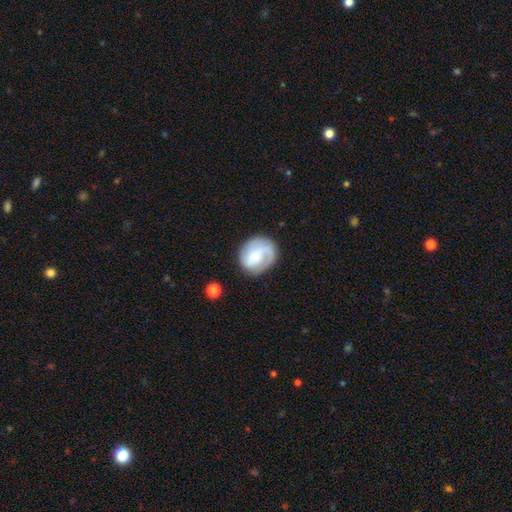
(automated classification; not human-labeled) featured or disk 58%, smooth 36%, star or artifact 6%. Down the decision tree: edge-on disk — no (98%); bar — no (58%); spiral arms — yes (84%); bulge size — small (60%); merging — none (70%).